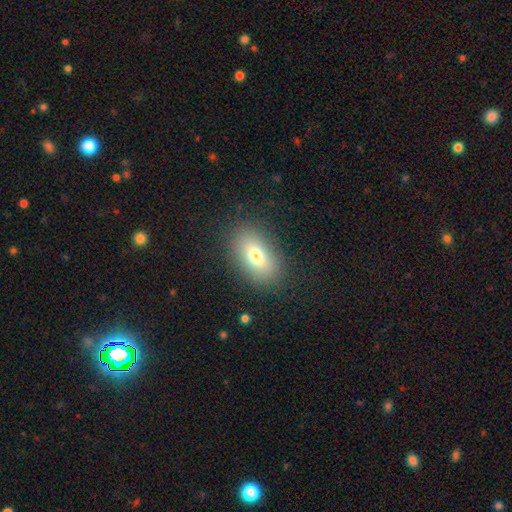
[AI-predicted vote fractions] Morphology: type=smooth (76%); roundness=in between (87%); merging=none (86%).